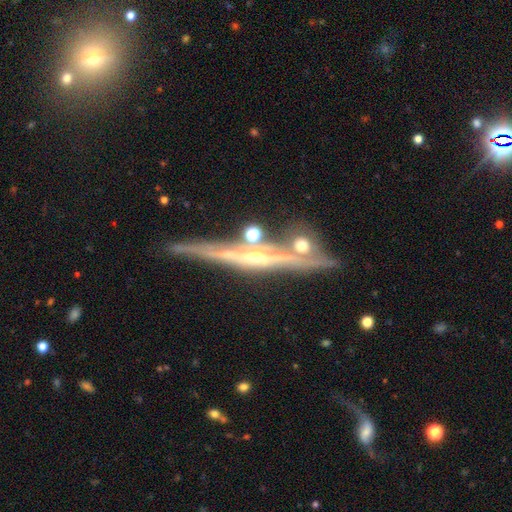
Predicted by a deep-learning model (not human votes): smooth_or_featured: featured or disk (p=0.83) [alt: smooth p=0.09]
disk_edge_on: yes (p=0.97) [alt: no p=0.03]
edge_on_bulge: rounded (p=0.77) [alt: none p=0.18]
merging: none (p=0.73) [alt: merger p=0.12]